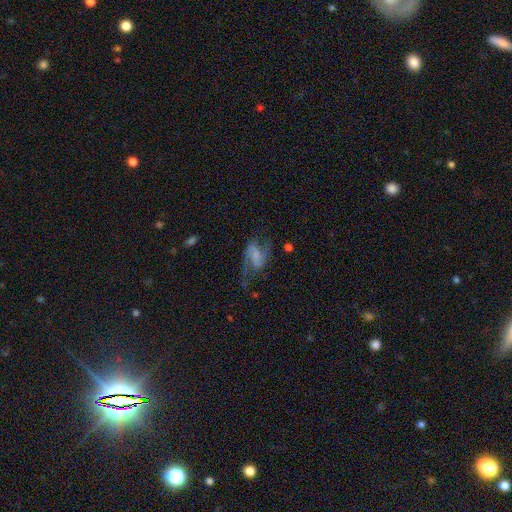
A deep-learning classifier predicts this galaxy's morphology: featured or disk 75%, smooth 17%, star or artifact 8%. Down the decision tree: edge-on disk — no (97%); bar — weak (45%); spiral arms — yes (91%); spiral arm count — 2 (89%); spiral winding — loose (56%); bulge size — none (40%); merging — none (55%).